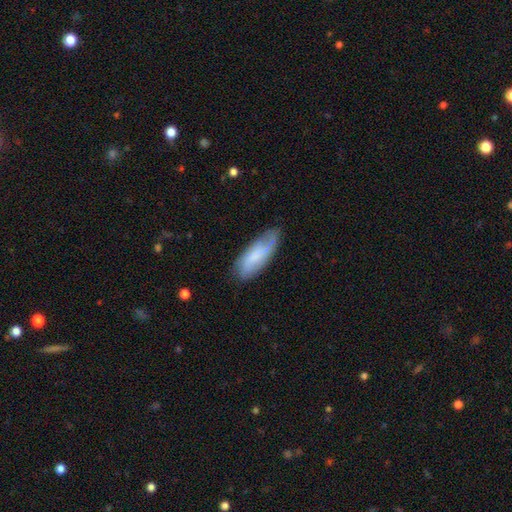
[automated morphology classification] Smooth or featured? smooth (53%)
How rounded? in between (68%)
Merging? none (69%)